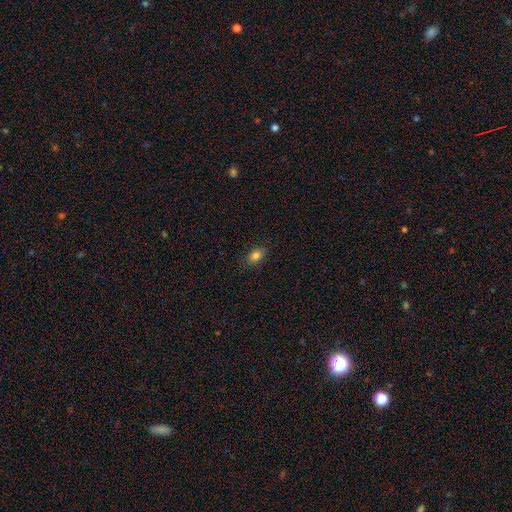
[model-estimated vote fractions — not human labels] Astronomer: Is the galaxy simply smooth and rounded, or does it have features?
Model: smooth — 82%.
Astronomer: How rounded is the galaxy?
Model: in between — 76%.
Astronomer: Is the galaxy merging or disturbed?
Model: none — 85%.